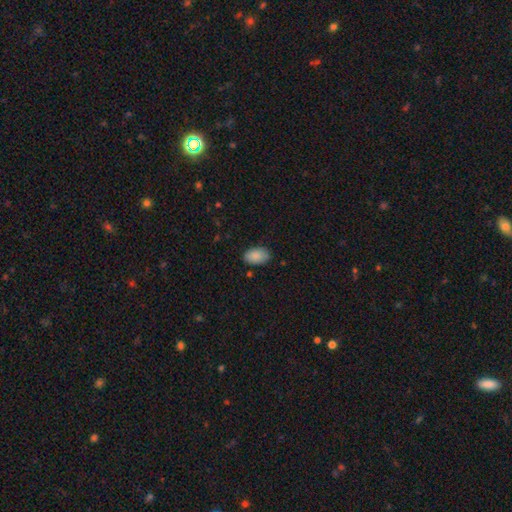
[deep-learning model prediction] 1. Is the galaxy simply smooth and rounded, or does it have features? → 88% smooth, 7% star or artifact, 5% featured or disk.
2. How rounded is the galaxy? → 92% in between, 6% round, 1% cigar-shaped.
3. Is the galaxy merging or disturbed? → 82% none, 14% minor disturbance, 3% major disturbance, 1% merger.